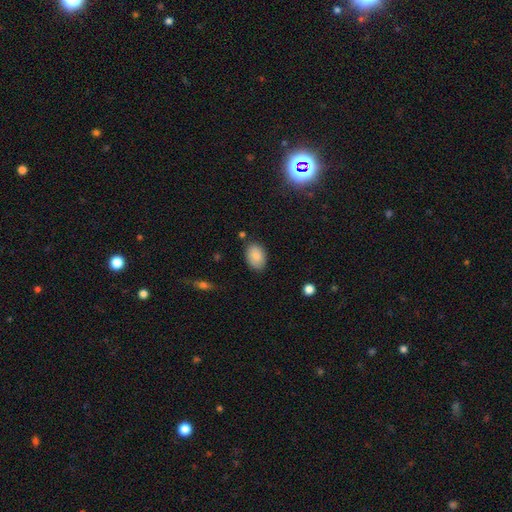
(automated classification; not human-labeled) Smooth or featured? Predicted: smooth (p=0.87). How rounded? Predicted: in between (p=0.87). Merging? Predicted: none (p=0.82).